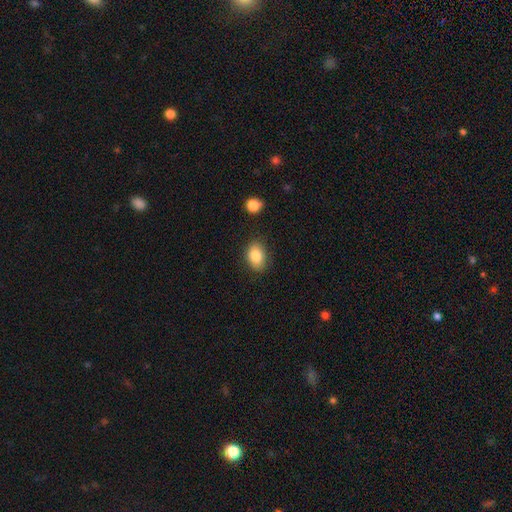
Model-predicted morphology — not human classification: This is clearly a smooth galaxy (85%). How rounded: likely in between (76%). Merging: likely none (80%).